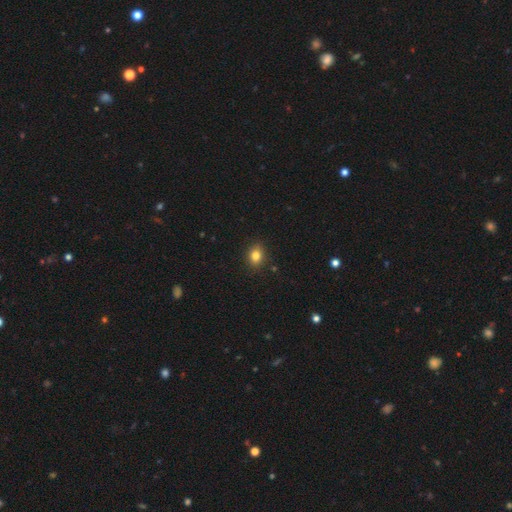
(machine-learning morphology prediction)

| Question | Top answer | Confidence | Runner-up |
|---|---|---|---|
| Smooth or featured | smooth | 82% | star or artifact (11%) |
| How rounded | in between | 53% | round (46%) |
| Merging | none | 88% | minor disturbance (9%) |